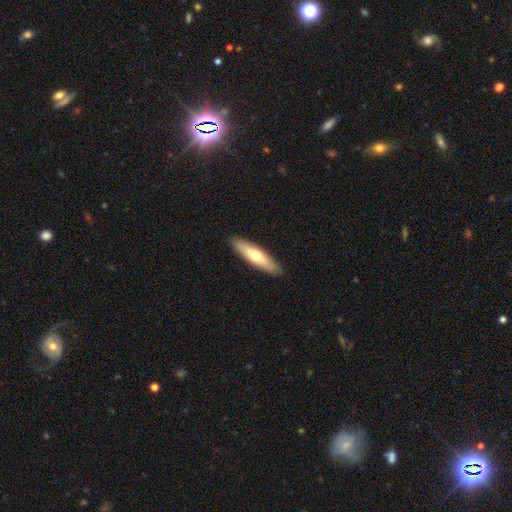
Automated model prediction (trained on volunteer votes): Morphology: type=smooth (56%); roundness=cigar-shaped (72%); merging=none (91%).